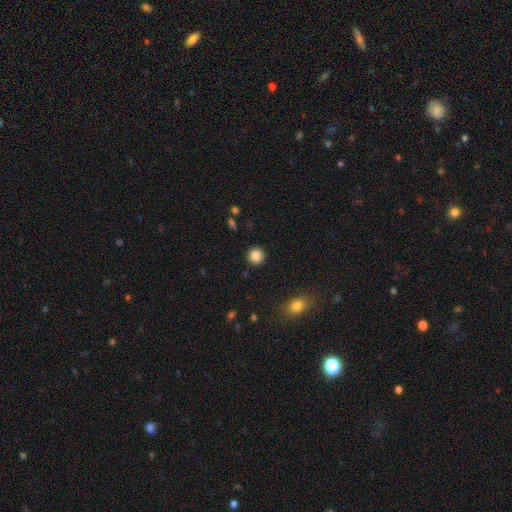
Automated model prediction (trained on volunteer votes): Overall: smooth (85%). How rounded: round (93%). Merging: none (92%).